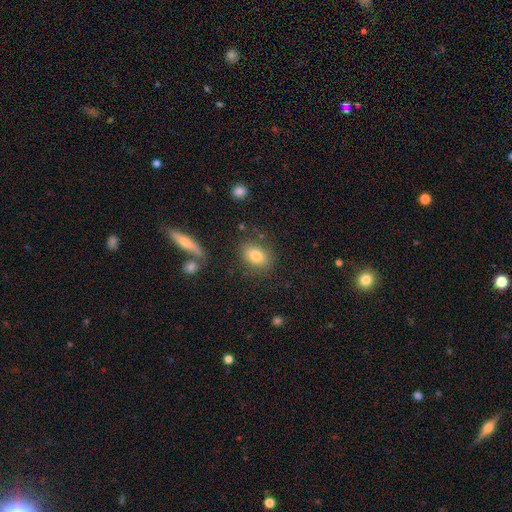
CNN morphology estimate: Q: Smooth or featured?
A: smooth (81%); runner-up: featured or disk (10%)
Q: How rounded?
A: in between (69%); runner-up: round (29%)
Q: Merging?
A: none (81%); runner-up: minor disturbance (11%)